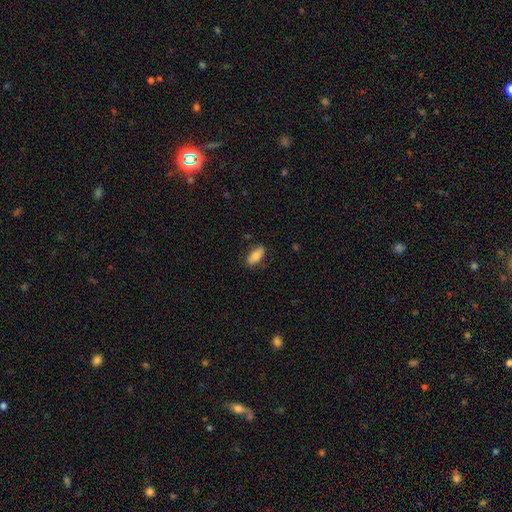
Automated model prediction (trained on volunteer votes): Overall: smooth (79%). How rounded: in between (87%). Merging: none (83%).